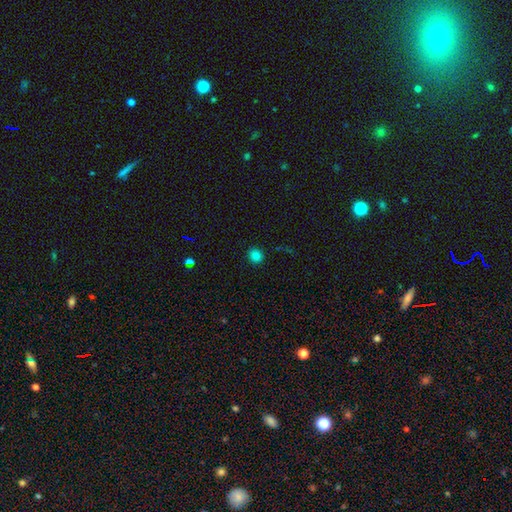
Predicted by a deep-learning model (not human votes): A smooth galaxy with no disk features (81%) that is round (90%). Merging: none (91%).